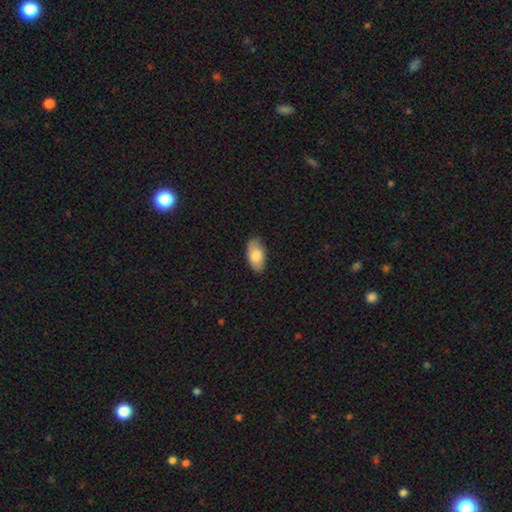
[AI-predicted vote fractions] A smooth galaxy with no disk features (80%) that is in between round and cigar-shaped (94%). Merging: none (82%).